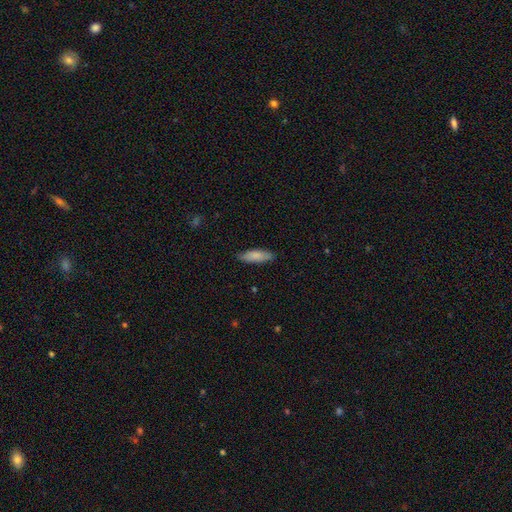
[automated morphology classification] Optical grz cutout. It shows a smooth galaxy with no disk features (83%) that is in between round and cigar-shaped (51%). Merging: none (84%).